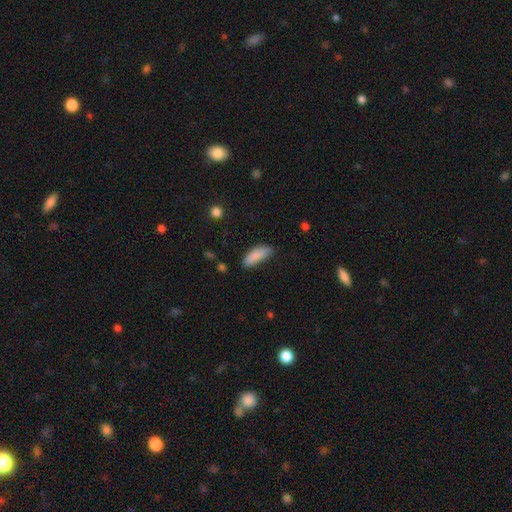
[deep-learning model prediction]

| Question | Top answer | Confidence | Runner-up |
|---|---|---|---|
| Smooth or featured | smooth | 87% | star or artifact (7%) |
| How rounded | in between | 63% | cigar-shaped (35%) |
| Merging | none | 73% | minor disturbance (21%) |